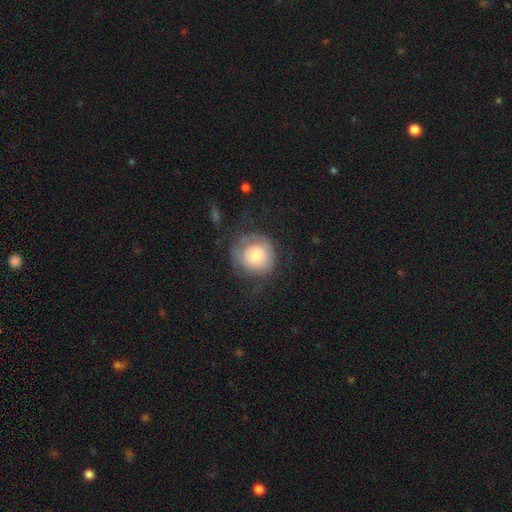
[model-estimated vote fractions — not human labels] Overall: smooth (59%; featured or disk 33%). How rounded: round (90%). Merging: none (56%; major disturbance 21%).